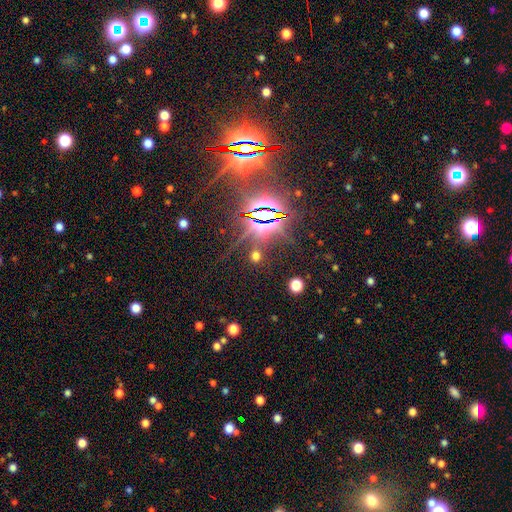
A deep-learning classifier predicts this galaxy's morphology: smooth_or_featured: star or artifact (p=0.54) [alt: smooth p=0.37]